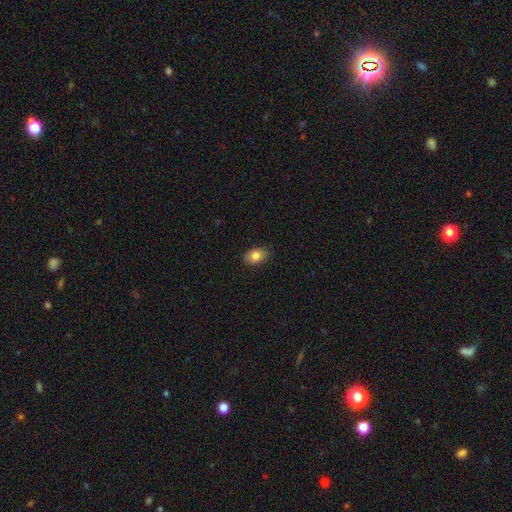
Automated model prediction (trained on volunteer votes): Q: Smooth or featured?
A: smooth (82%); runner-up: featured or disk (10%)
Q: How rounded?
A: in between (87%); runner-up: round (11%)
Q: Merging?
A: none (88%); runner-up: minor disturbance (10%)